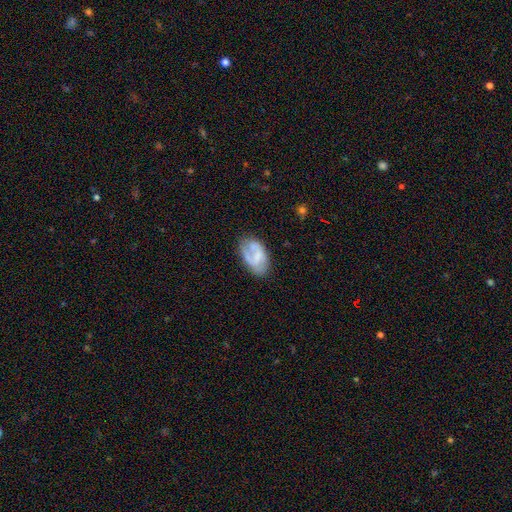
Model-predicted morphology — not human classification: A featured or disk galaxy (49%). Merging: none (55%).